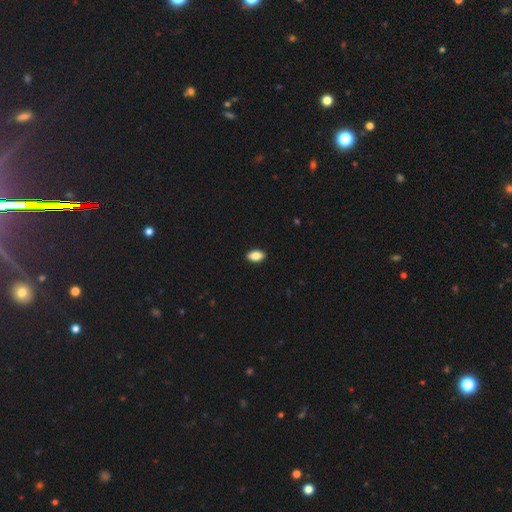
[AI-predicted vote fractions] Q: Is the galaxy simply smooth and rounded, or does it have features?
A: smooth — 87%.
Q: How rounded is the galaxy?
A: in between — 91%.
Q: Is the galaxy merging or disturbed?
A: none — 90%.